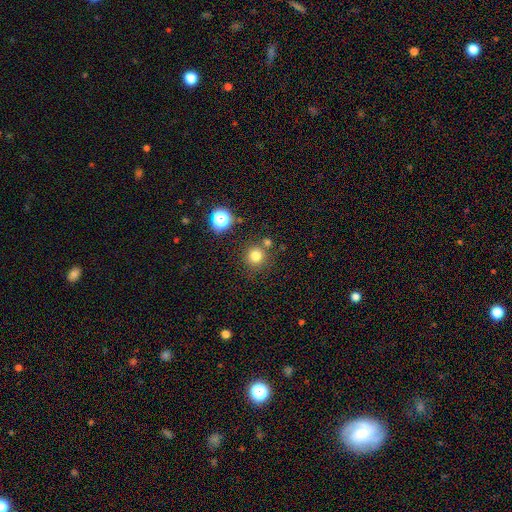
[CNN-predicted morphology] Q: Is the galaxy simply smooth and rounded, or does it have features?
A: smooth — 77%.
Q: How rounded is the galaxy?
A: round — 93%.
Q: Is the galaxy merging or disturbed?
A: none — 78%.